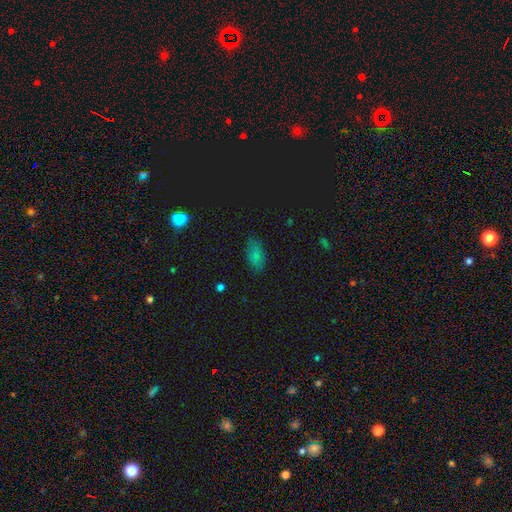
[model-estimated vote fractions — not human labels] Morphology: type=smooth (75%); roundness=in between (91%); merging=none (80%).